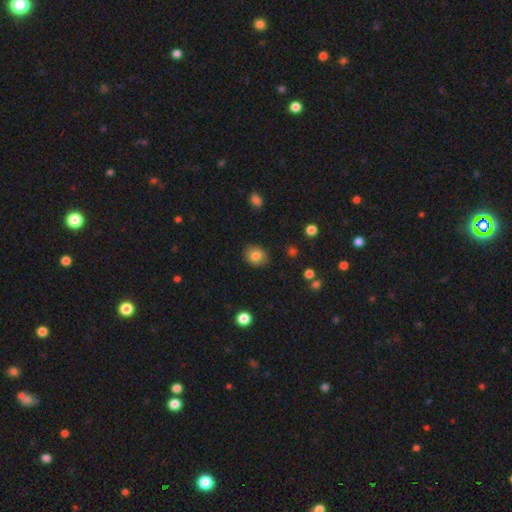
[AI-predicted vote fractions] Smooth or featured? Predicted: smooth (p=0.82). How rounded? Predicted: round (p=0.59). Merging? Predicted: none (p=0.87).